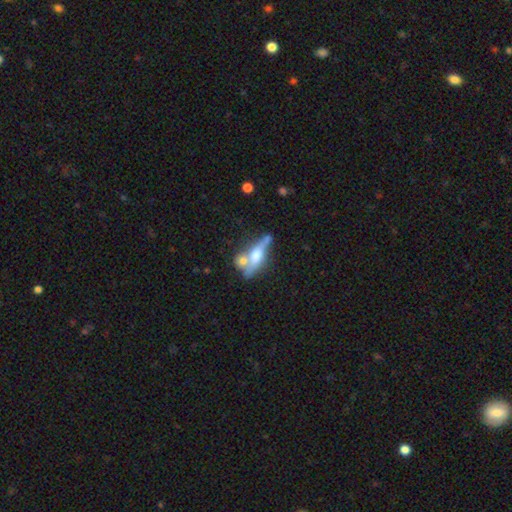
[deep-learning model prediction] This appears to be a featured or disk galaxy (61%) viewed edge-on (81%). Merging: none (46%).